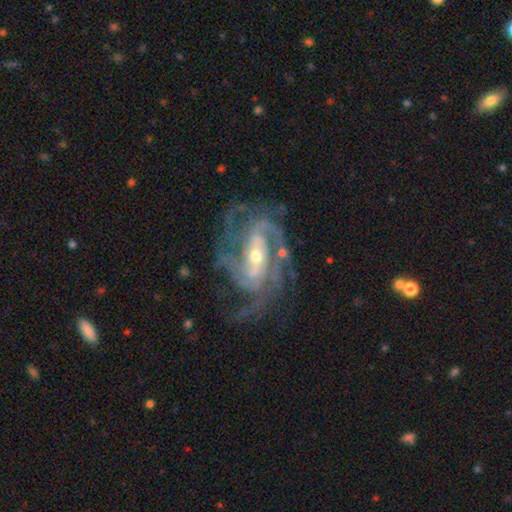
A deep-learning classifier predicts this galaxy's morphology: A featured or disk galaxy (92%) with a strong bar (44%), 3 (32%) tight (47%) spiral arms (98%) and a small central bulge (57%).

Vote fractions:
- Smooth or featured? featured or disk: 92% / star or artifact: 5% / smooth: 3%
- Edge-on disk? no: 97% / yes: 3%
- Bar? strong: 44% / weak: 35% / no: 20%
- Spiral arms? yes: 98% / no: 2%
- Spiral winding? tight: 47% / medium: 44% / loose: 9%
- Spiral arm count? 3: 32% / 2: 23% / 4: 21% / can't tell: 12% / more than 4: 6% / 1: 6%
- Bulge size? small: 57% / moderate: 39% / large: 2% / none: 1% / dominant: 1%
- Merging? none: 70% / minor disturbance: 17% / major disturbance: 12% / merger: 2%